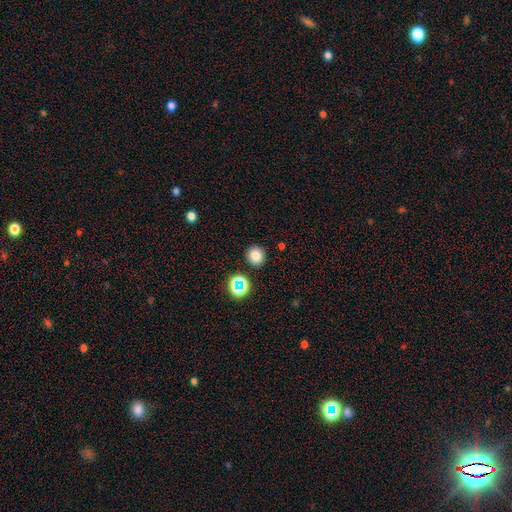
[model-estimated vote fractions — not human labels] A smooth galaxy with no disk features (78%) that is round (91%). Merging: none (88%).